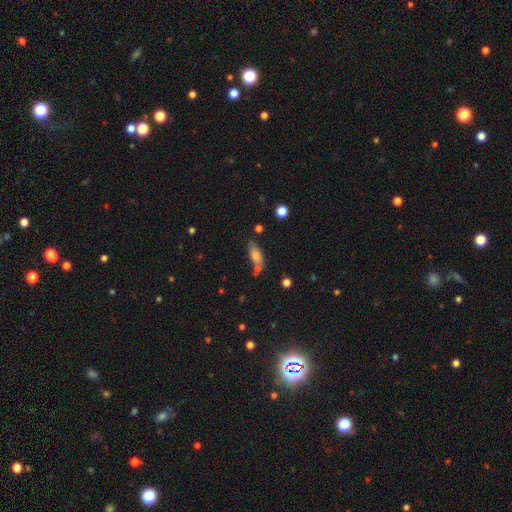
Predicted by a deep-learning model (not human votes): Q: Smooth or featured?
A: smooth (70%); runner-up: featured or disk (21%)
Q: How rounded?
A: in between (74%); runner-up: cigar-shaped (22%)
Q: Merging?
A: none (60%); runner-up: minor disturbance (19%)